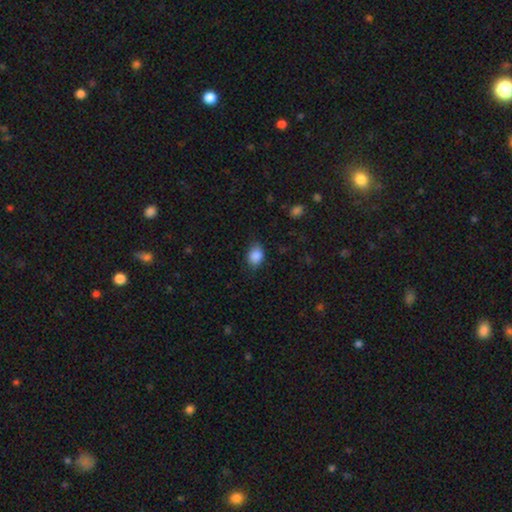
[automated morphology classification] A smooth galaxy with no disk features (88%) that is in between round and cigar-shaped (67%).

Vote fractions:
- Smooth or featured? smooth: 88% / star or artifact: 8% / featured or disk: 4%
- How rounded? in between: 67% / round: 32% / cigar-shaped: 1%
- Merging? none: 78% / minor disturbance: 17% / major disturbance: 4% / merger: 1%